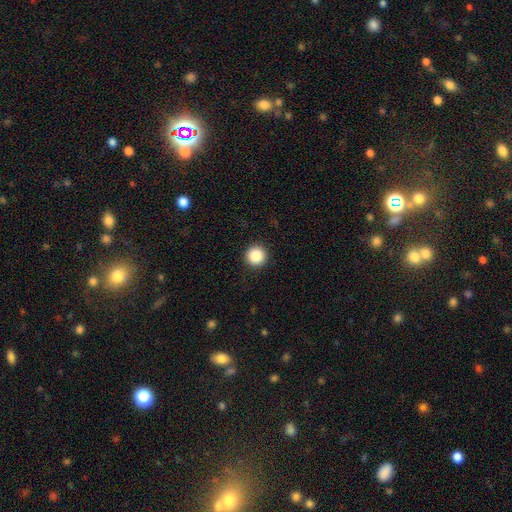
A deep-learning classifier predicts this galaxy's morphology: The model was most divided on "smooth or featured": smooth: 87%, star or artifact: 9%, featured or disk: 3%. More confident: how rounded — round (96%); merging — none (93%).